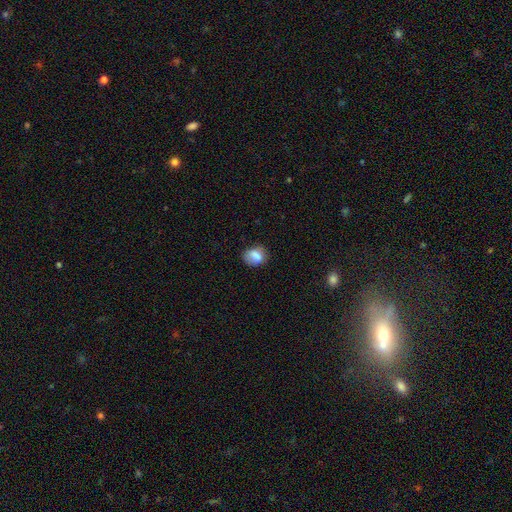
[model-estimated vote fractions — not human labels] A smooth galaxy with no disk features (79%) that is in between round and cigar-shaped (56%).

Vote fractions:
- Smooth or featured? smooth: 79% / featured or disk: 12% / star or artifact: 9%
- How rounded? in between: 56% / round: 42% / cigar-shaped: 2%
- Merging? none: 64% / minor disturbance: 24% / major disturbance: 8% / merger: 4%